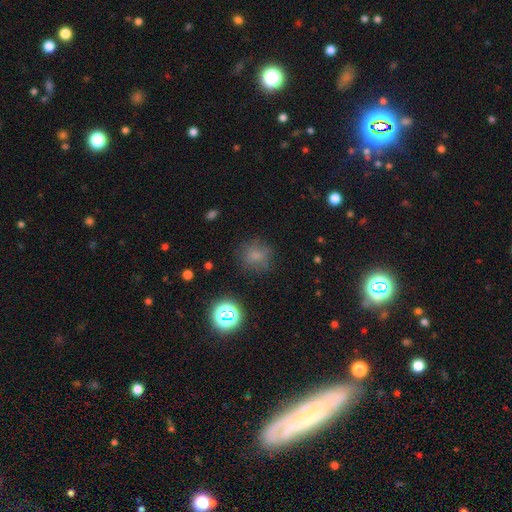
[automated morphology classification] The model was most divided on "smooth or featured": smooth: 71%, star or artifact: 19%, featured or disk: 10%. More confident: how rounded — round (84%); merging — none (75%).